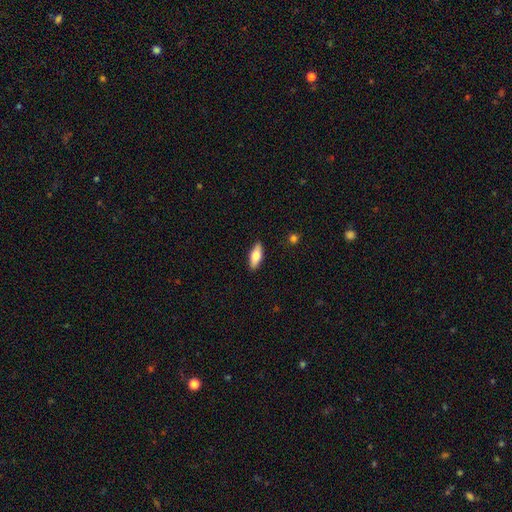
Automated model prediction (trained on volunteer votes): Morphology: type=smooth (69%); roundness=in between (73%); merging=none (90%).